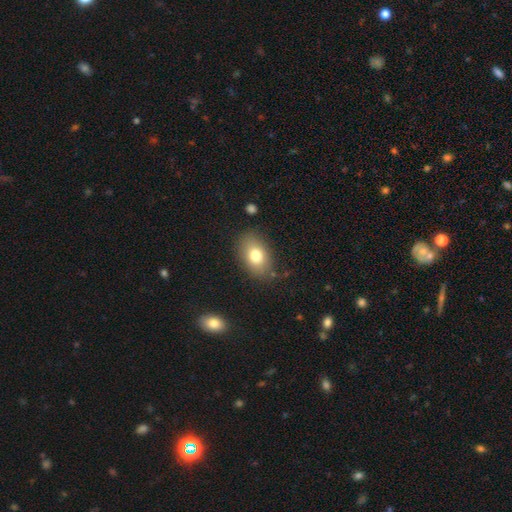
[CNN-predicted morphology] The model was most divided on "smooth or featured": smooth: 77%, featured or disk: 14%, star or artifact: 9%. More confident: how rounded — in between (83%); merging — none (81%).